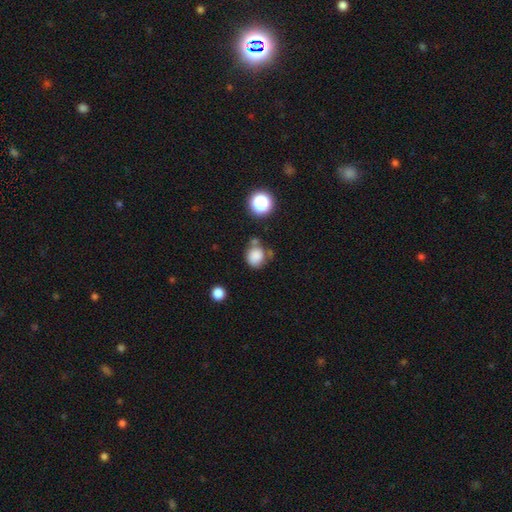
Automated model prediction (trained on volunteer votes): Overall: smooth (82%). How rounded: round (81%). Merging: none (60%).